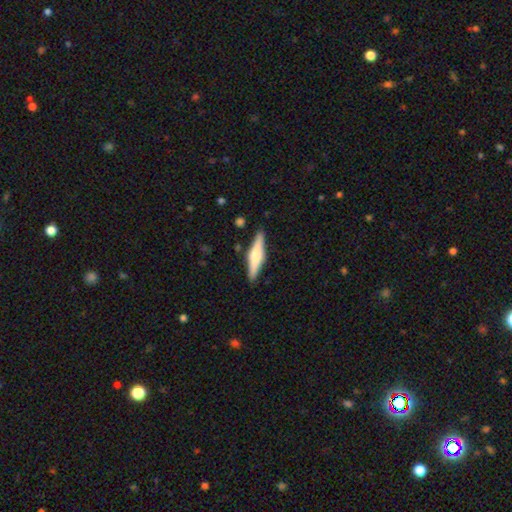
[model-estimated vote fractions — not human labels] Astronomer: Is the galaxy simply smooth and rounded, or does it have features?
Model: featured or disk — 48% (runner-up: smooth, 46%).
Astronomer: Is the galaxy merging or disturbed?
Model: none — 88%.